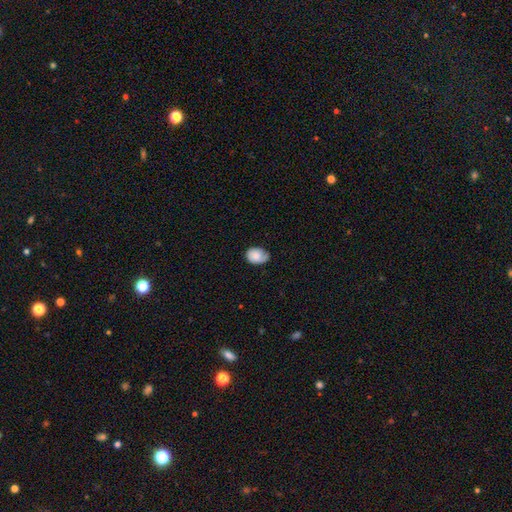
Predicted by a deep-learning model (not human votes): The model was most divided on "merging": none: 59%, minor disturbance: 32%, major disturbance: 7%, merger: 1%. More confident: smooth or featured — smooth (74%); how rounded — in between (68%).